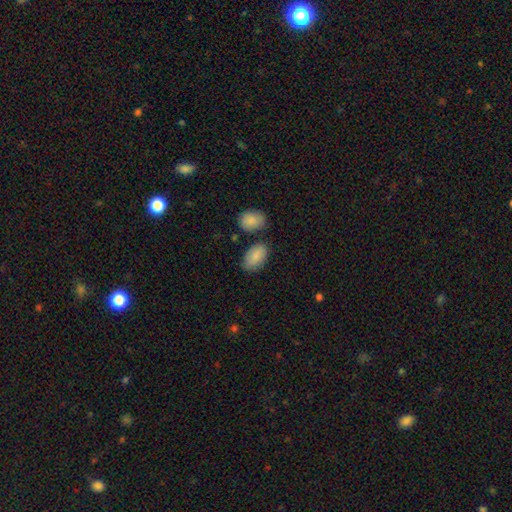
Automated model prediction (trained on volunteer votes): Q: Smooth or featured?
A: smooth (86%); runner-up: featured or disk (7%)
Q: How rounded?
A: in between (94%); runner-up: round (5%)
Q: Merging?
A: none (70%); runner-up: minor disturbance (18%)